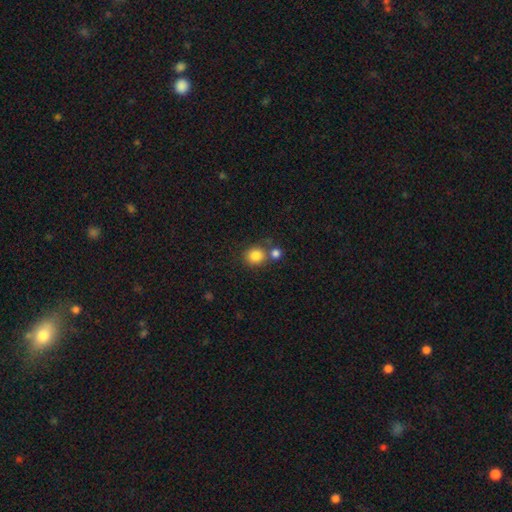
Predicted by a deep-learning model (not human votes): Smooth or featured?
  - smooth: 84% *
  - star or artifact: 10%
  - featured or disk: 6%
How rounded?
  - round: 82% *
  - in between: 17%
  - cigar-shaped: 1%
Merging?
  - none: 62% *
  - merger: 25%
  - minor disturbance: 9%
  - major disturbance: 3%